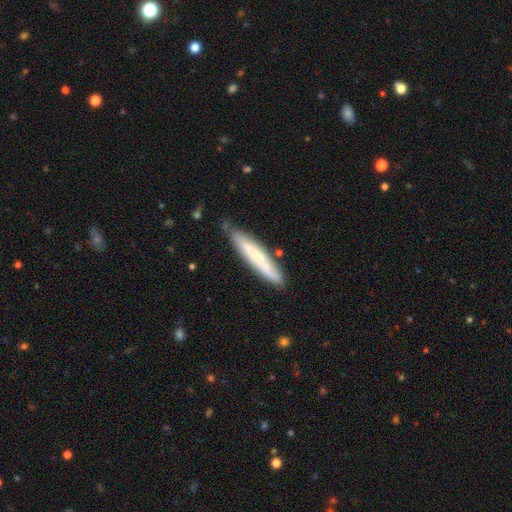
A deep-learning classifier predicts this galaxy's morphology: This is possibly a smooth galaxy (60%). How rounded: clearly cigar-shaped (90%). Merging: likely none (78%).